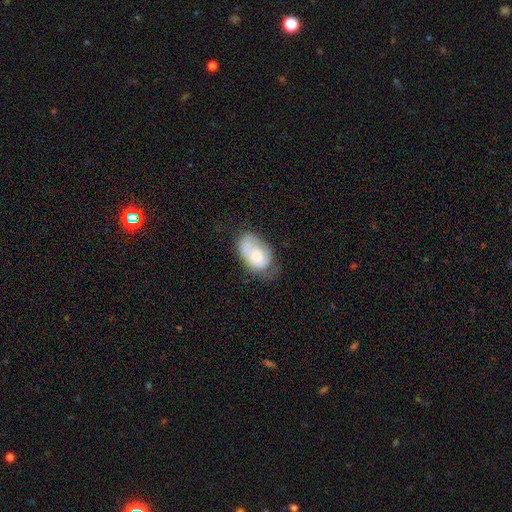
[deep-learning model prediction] Q: Smooth or featured?
A: smooth (59%); runner-up: featured or disk (34%)
Q: How rounded?
A: in between (89%); runner-up: round (10%)
Q: Merging?
A: none (41%); runner-up: minor disturbance (34%)